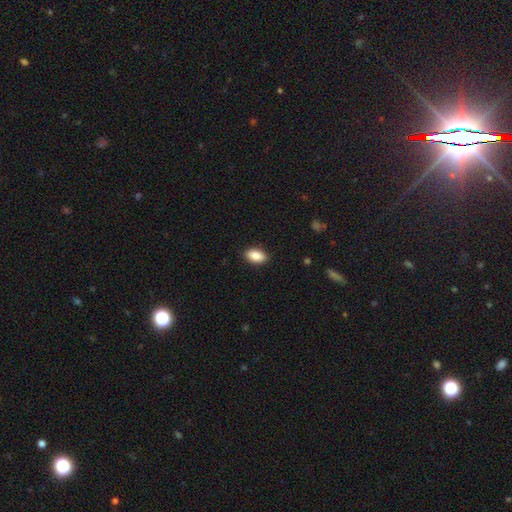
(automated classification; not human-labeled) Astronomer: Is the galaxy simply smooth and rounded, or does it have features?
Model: smooth — 89%.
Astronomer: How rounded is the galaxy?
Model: in between — 92%.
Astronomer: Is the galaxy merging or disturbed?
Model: none — 89%.